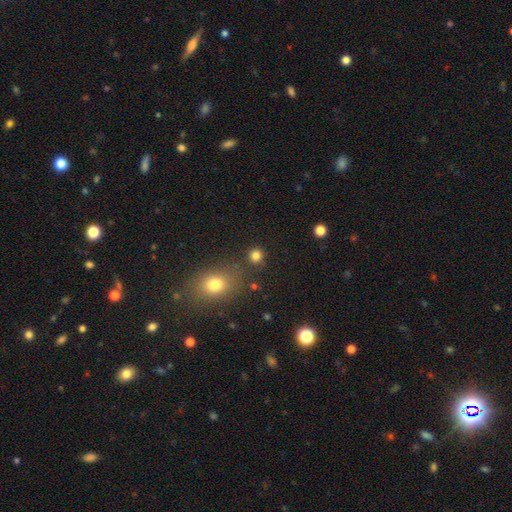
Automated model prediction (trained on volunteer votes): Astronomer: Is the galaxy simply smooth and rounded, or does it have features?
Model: smooth — 81%.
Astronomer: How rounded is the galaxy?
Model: round — 90%.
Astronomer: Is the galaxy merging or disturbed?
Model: none — 85%.